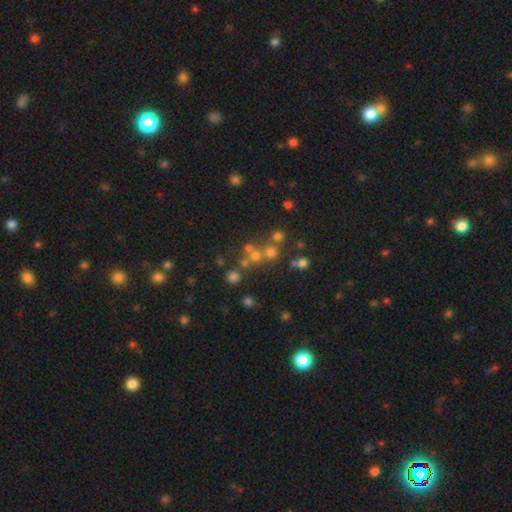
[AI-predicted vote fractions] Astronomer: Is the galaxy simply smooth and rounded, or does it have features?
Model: smooth — 56%.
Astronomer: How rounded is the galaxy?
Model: round — 89%.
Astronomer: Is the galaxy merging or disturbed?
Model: none — 58%.